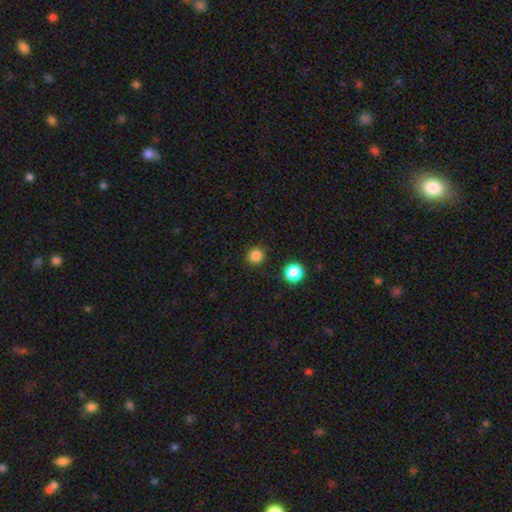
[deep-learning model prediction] A smooth galaxy with no disk features (84%) that is round (94%). Merging: none (90%).